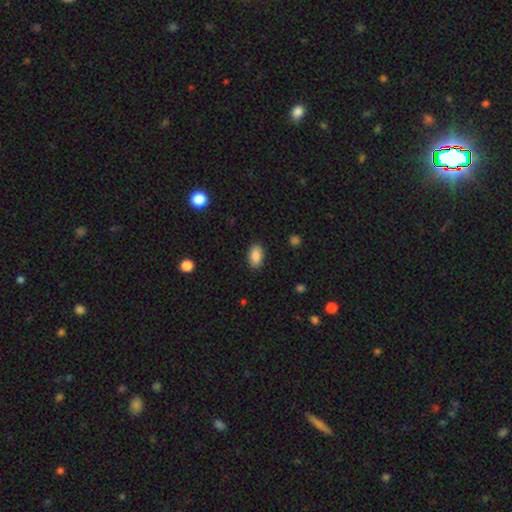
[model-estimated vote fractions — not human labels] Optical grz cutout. It shows a smooth galaxy with no disk features (88%) that is in between round and cigar-shaped (92%). Merging: none (87%).